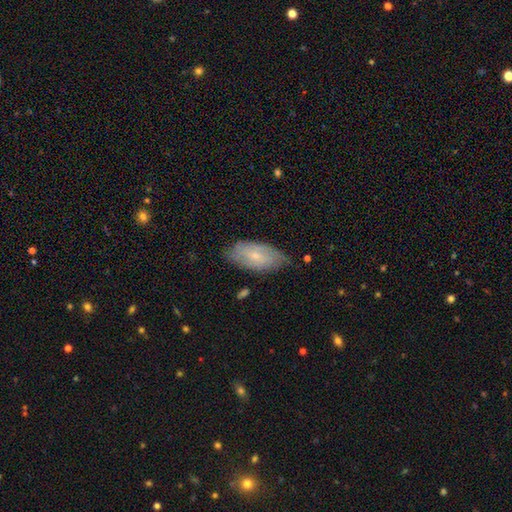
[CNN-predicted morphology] This is possibly a featured or disk galaxy (50%). Merging: likely none (68%).